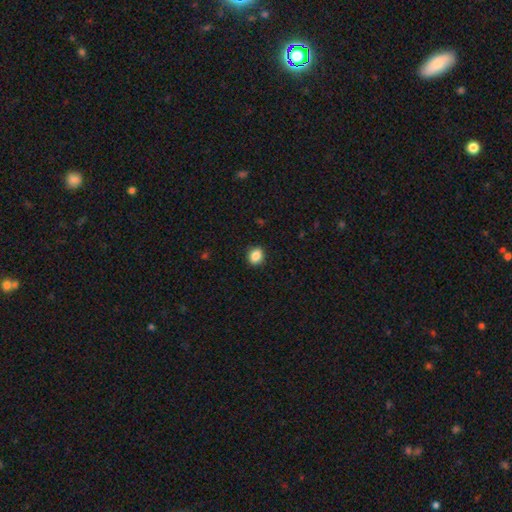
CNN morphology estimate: smooth-or-featured: smooth: 87% | star or artifact: 9% | featured or disk: 4%
  how-rounded: round: 63% | in between: 36% | cigar-shaped: 1%
  merging: none: 91% | minor disturbance: 7% | major disturbance: 2% | merger: 1%